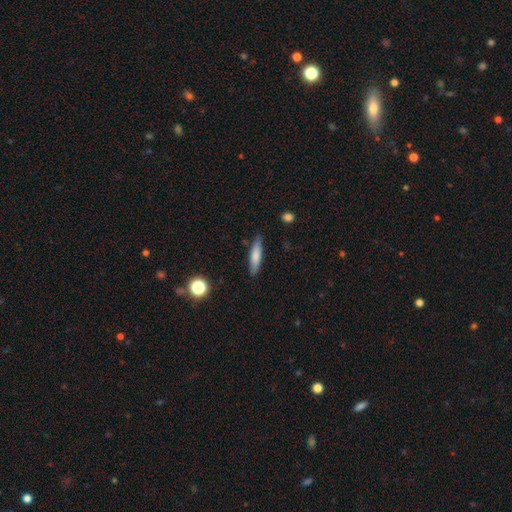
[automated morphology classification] Overall: smooth (75%). How rounded: cigar-shaped (77%). Merging: none (84%).